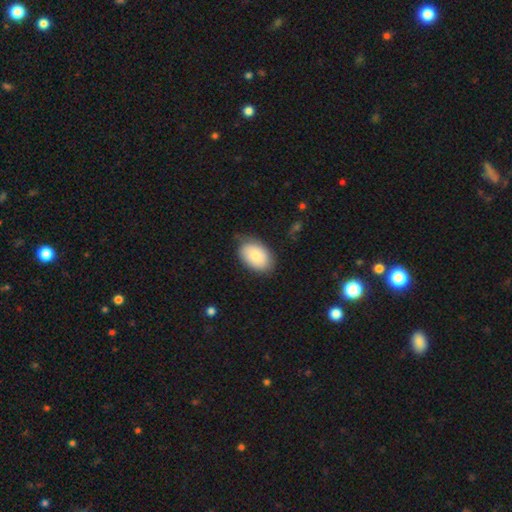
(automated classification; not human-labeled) Smooth or featured: smooth — 81% (featured or disk — 13%)
How rounded: in between — 89% (round — 10%)
Merging: none — 69% (minor disturbance — 24%)